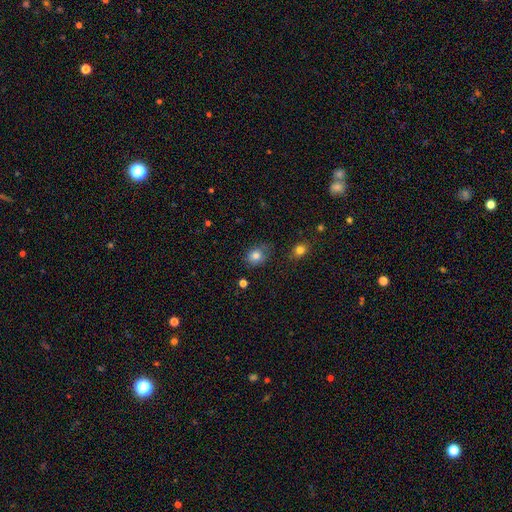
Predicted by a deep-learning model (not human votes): smooth_or_featured: smooth (p=0.81) [alt: star or artifact p=0.11]
how_rounded: round (p=0.59) [alt: in between p=0.40]
merging: none (p=0.68) [alt: minor disturbance p=0.24]